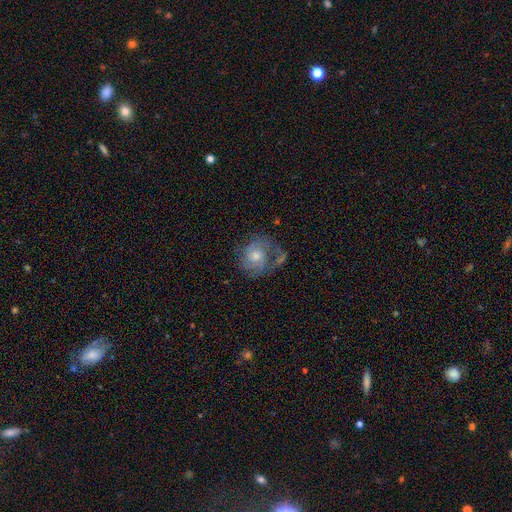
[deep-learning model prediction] The model was most divided on "spiral winding": tight: 46%, medium: 40%, loose: 14%. Remaining: edge-on disk — no (98%); spiral arms — yes (89%); smooth or featured — featured or disk (72%); bar — no (71%); bulge size — moderate (56%); merging — none (56%); spiral arm count — 2 (48%).